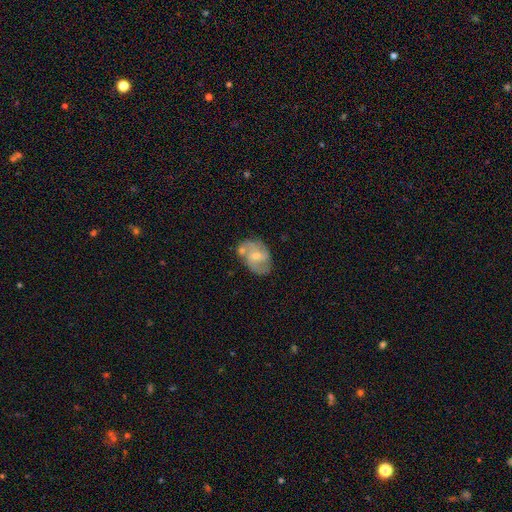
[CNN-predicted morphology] Q: Smooth or featured?
A: featured or disk (62%); runner-up: smooth (31%)
Q: Edge-on disk?
A: no (97%); runner-up: yes (3%)
Q: Bar?
A: weak (46%); runner-up: no (44%)
Q: Spiral arms?
A: yes (78%); runner-up: no (22%)
Q: Bulge size?
A: small (53%); runner-up: moderate (41%)
Q: Merging?
A: none (53%); runner-up: minor disturbance (22%)